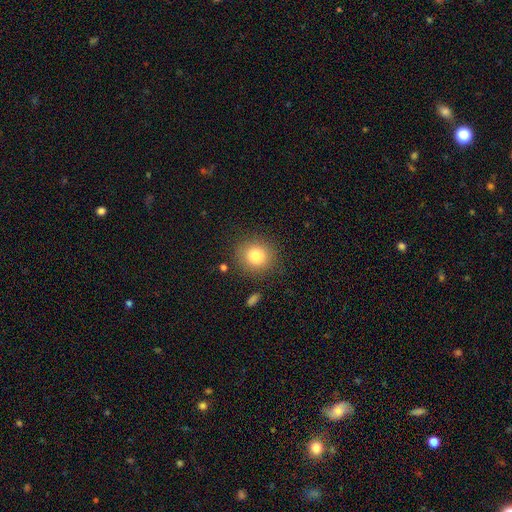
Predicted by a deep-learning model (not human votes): This is clearly a smooth galaxy (81%). How rounded: clearly round (85%). Merging: clearly none (84%).